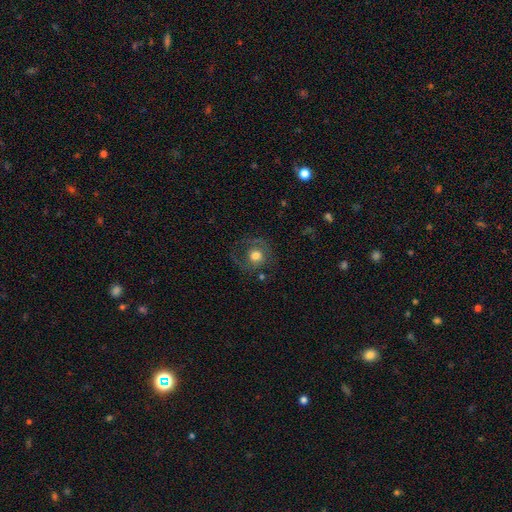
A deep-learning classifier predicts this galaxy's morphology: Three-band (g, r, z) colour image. It shows a smooth galaxy with no disk features (48%). Merging: none (67%).